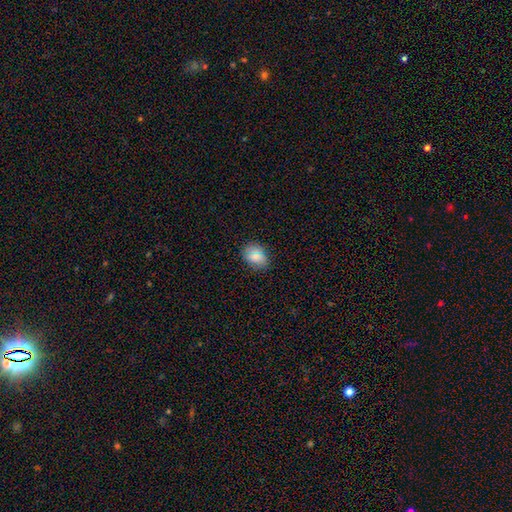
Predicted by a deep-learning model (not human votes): A smooth galaxy with no disk features (77%) that is in between round and cigar-shaped (69%).

Vote fractions:
- Smooth or featured? smooth: 77% / star or artifact: 15% / featured or disk: 8%
- How rounded? in between: 69% / round: 29% / cigar-shaped: 2%
- Merging? none: 84% / minor disturbance: 12% / major disturbance: 3% / merger: 1%